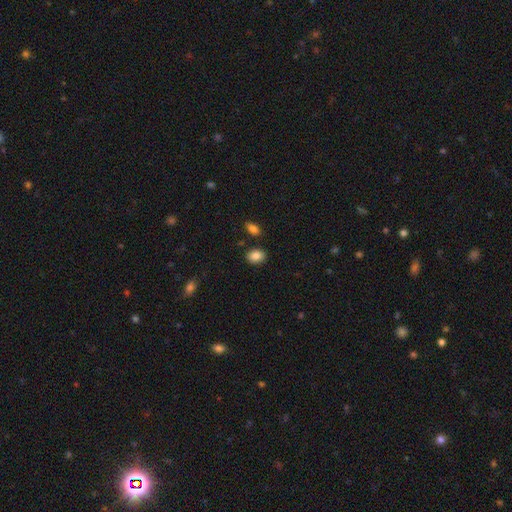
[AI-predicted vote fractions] A smooth galaxy with no disk features (88%) that is in between round and cigar-shaped (74%). Merging: none (83%).